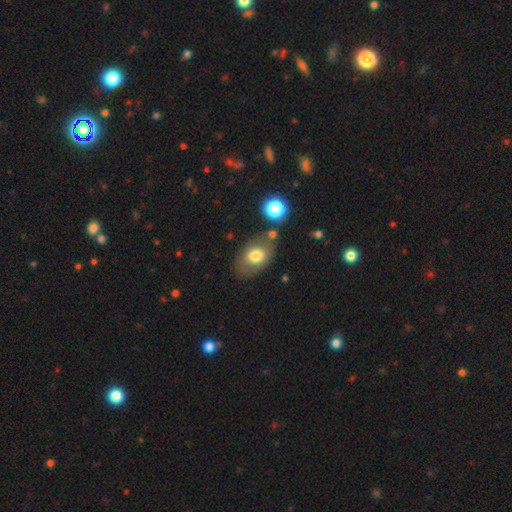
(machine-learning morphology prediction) This appears to be a smooth galaxy with no disk features (71%) that is in between round and cigar-shaped (82%). Merging: none (68%).